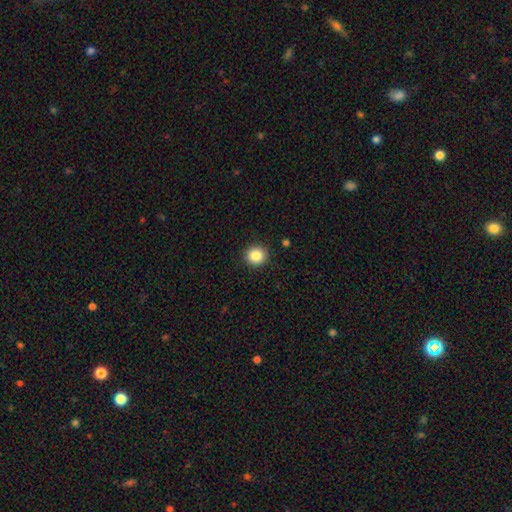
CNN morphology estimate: smooth_or_featured: smooth (p=0.86) [alt: star or artifact p=0.10]
how_rounded: round (p=0.90) [alt: in between p=0.09]
merging: none (p=0.91) [alt: minor disturbance p=0.06]